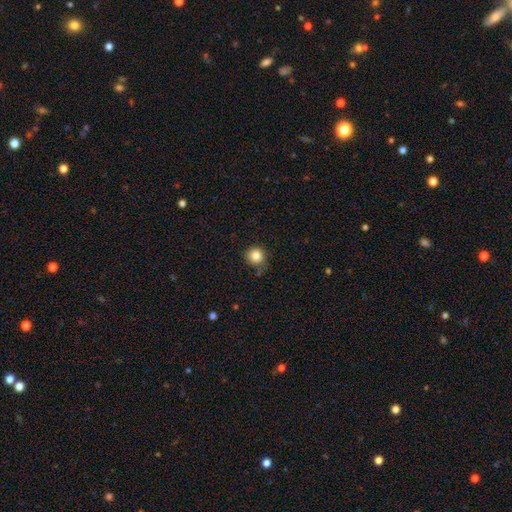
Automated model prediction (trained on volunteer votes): smooth-or-featured: smooth: 84% | star or artifact: 11% | featured or disk: 5%
  how-rounded: round: 93% | in between: 6% | cigar-shaped: 1%
  merging: none: 78% | minor disturbance: 15% | major disturbance: 4% | merger: 3%